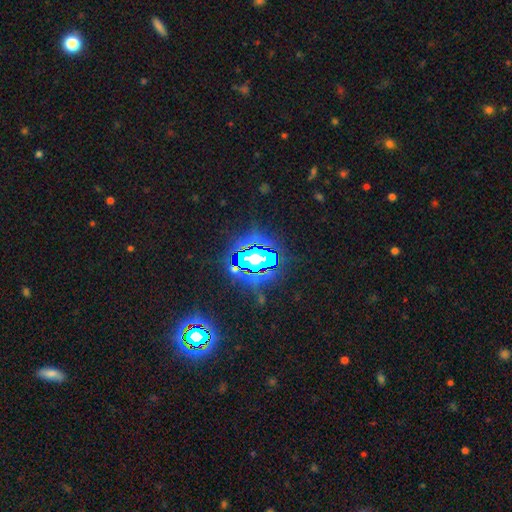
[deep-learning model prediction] This appears to be a star or artifact, not a galaxy (80%).